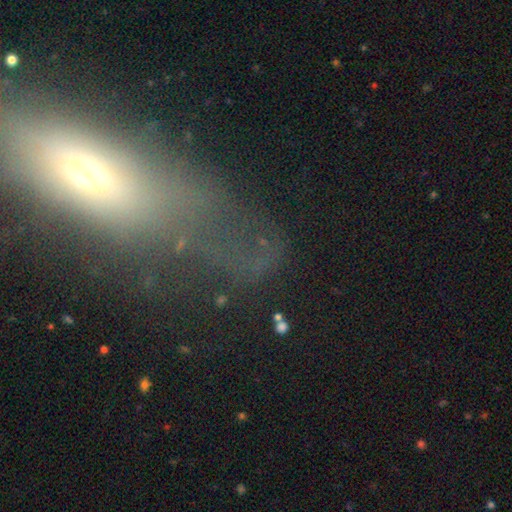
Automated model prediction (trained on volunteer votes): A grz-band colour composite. It shows a featured or disk galaxy (34%). Merging: major disturbance (42%).